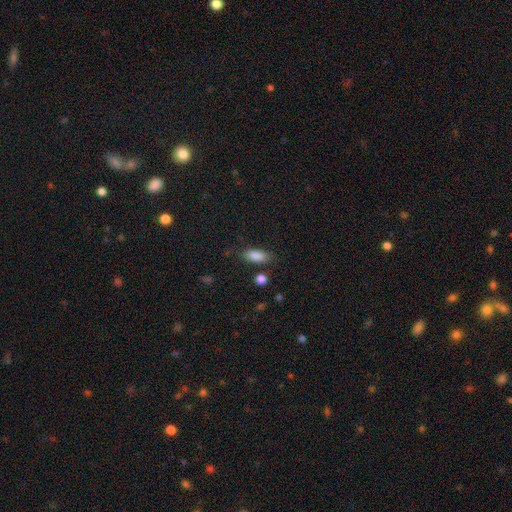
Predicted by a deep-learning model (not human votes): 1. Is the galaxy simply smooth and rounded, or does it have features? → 87% smooth, 8% star or artifact, 6% featured or disk.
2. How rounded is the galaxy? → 83% in between, 14% cigar-shaped, 3% round.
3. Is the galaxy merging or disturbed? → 77% none, 15% minor disturbance, 4% major disturbance, 4% merger.